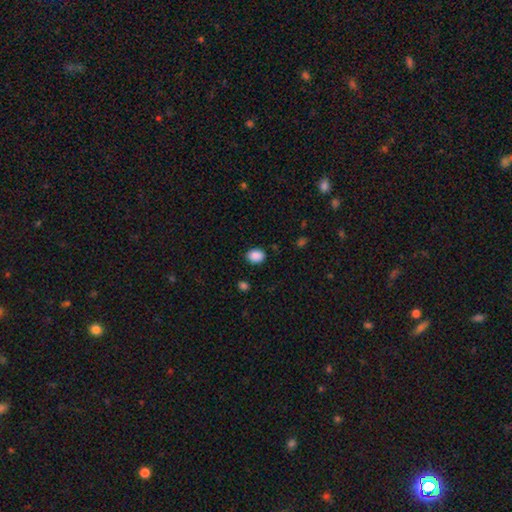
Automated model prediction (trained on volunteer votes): Overall: smooth (88%). How rounded: in between (57%; round 42%). Merging: none (84%).